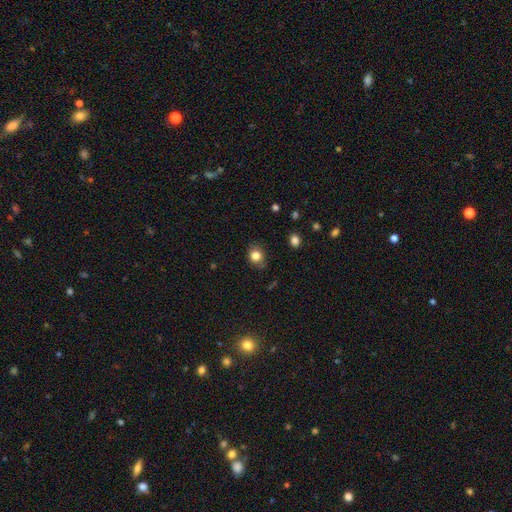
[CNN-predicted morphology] The model was most divided on "how rounded": round: 70%, in between: 29%, cigar-shaped: 1%. More confident: smooth or featured — smooth (81%); merging — none (77%).